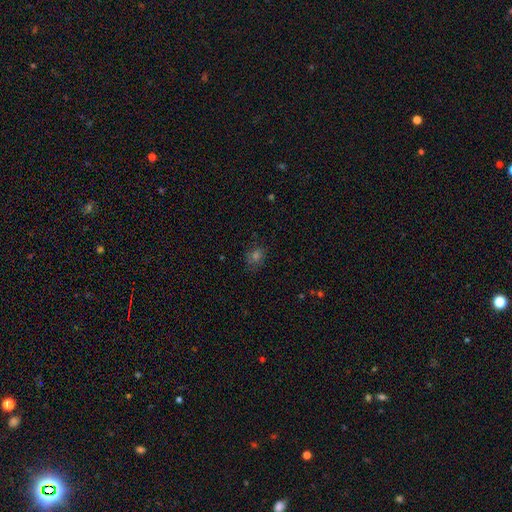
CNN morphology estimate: A smooth galaxy with no disk features (58%) that is round (64%). Merging: none (79%).